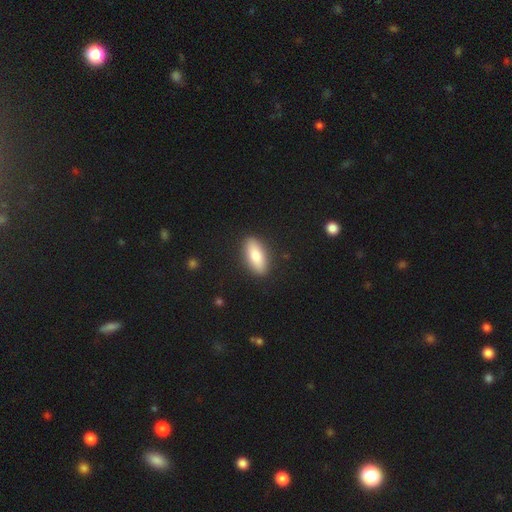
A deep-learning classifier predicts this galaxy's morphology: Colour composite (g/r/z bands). It shows a smooth galaxy with no disk features (80%) that is in between round and cigar-shaped (78%). Merging: none (88%).